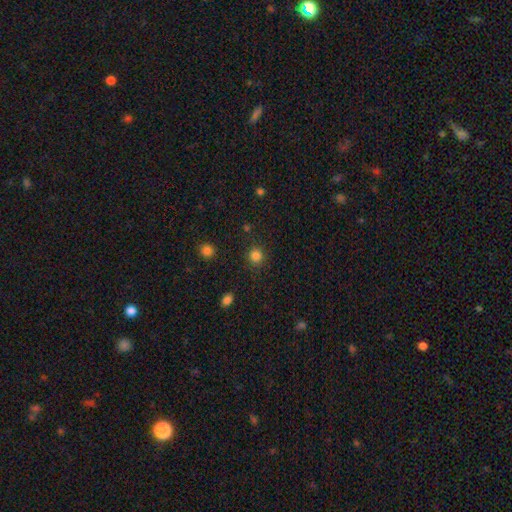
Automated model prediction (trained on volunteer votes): Smooth or featured: smooth — 83% (star or artifact — 13%)
How rounded: round — 91% (in between — 8%)
Merging: none — 87% (minor disturbance — 8%)